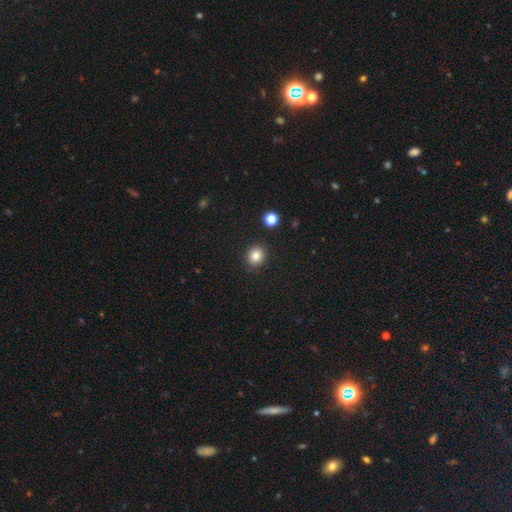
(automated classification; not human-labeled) A smooth galaxy with no disk features (84%) that is round (80%).

Vote fractions:
- Smooth or featured? smooth: 84% / star or artifact: 11% / featured or disk: 5%
- How rounded? round: 80% / in between: 19% / cigar-shaped: 1%
- Merging? none: 89% / minor disturbance: 7% / major disturbance: 2% / merger: 2%